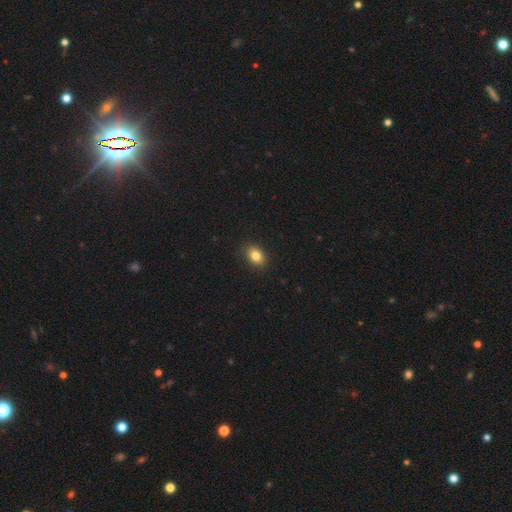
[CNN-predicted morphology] smooth-or-featured: smooth: 83% | star or artifact: 10% | featured or disk: 7%
  how-rounded: in between: 75% | round: 24% | cigar-shaped: 1%
  merging: none: 88% | minor disturbance: 9% | major disturbance: 2% | merger: 1%